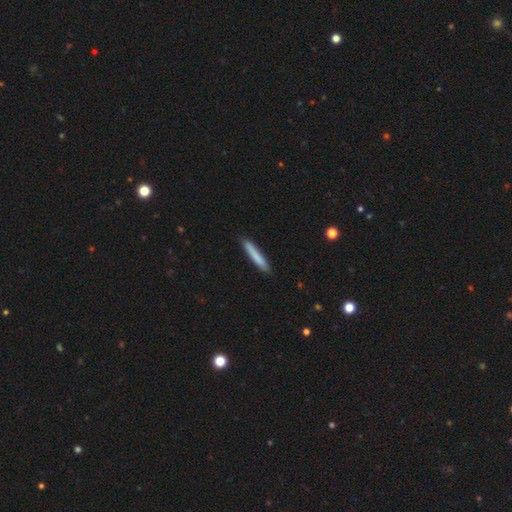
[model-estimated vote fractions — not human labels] This appears to be a smooth galaxy with no disk features (80%) that is cigar-shaped (94%). Merging: none (89%).